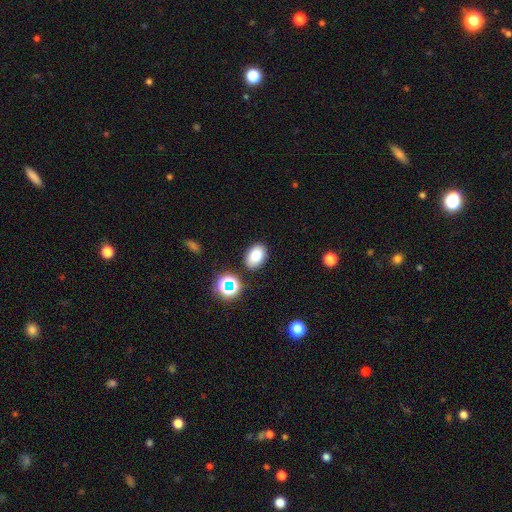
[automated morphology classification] type=smooth (81%); roundness=in between (82%); merging=none (84%).